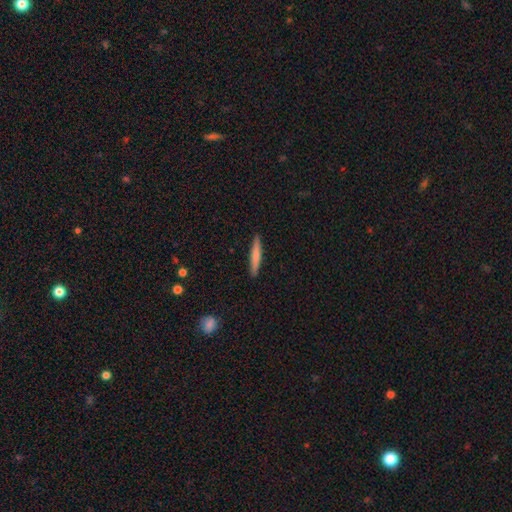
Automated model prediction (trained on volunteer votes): smooth_or_featured: smooth (p=0.70) [alt: featured or disk p=0.24]
how_rounded: cigar-shaped (p=0.94) [alt: in between p=0.05]
merging: none (p=0.91) [alt: minor disturbance p=0.06]